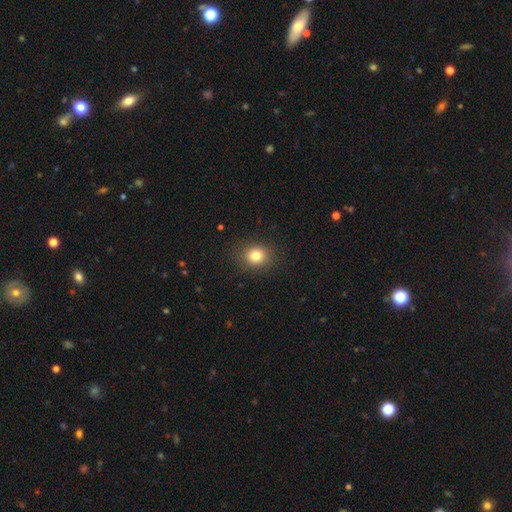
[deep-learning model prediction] Overall: smooth (81%). How rounded: round (67%; in between 32%). Merging: none (88%).